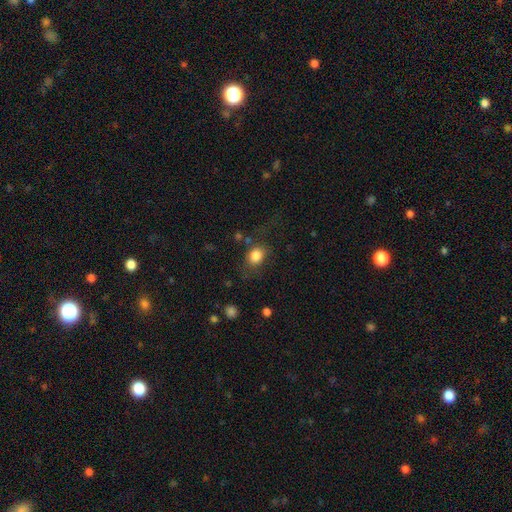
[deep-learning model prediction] The model was most divided on "how rounded": in between: 50%, round: 49%, cigar-shaped: 1%. More confident: smooth or featured — smooth (83%); merging — none (67%).